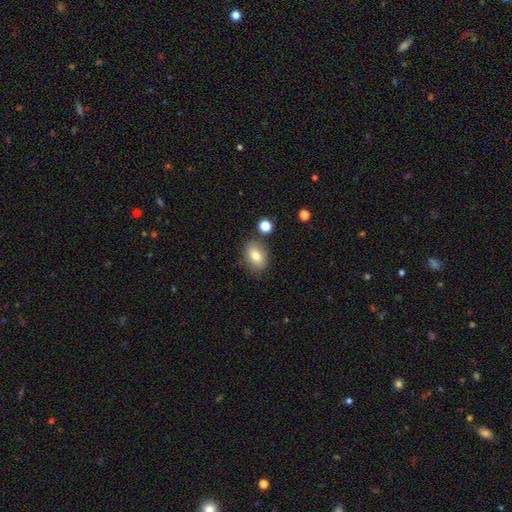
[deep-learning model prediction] Q: Smooth or featured?
A: smooth (77%); runner-up: featured or disk (14%)
Q: How rounded?
A: in between (74%); runner-up: round (25%)
Q: Merging?
A: none (79%); runner-up: minor disturbance (12%)